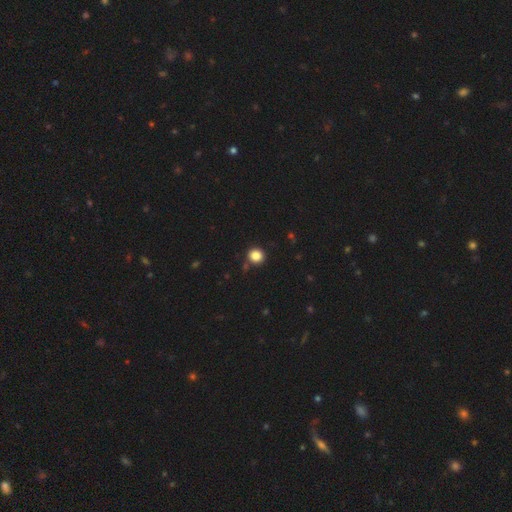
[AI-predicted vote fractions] This appears to be a smooth galaxy with no disk features (85%) that is round (91%). Merging: none (87%).